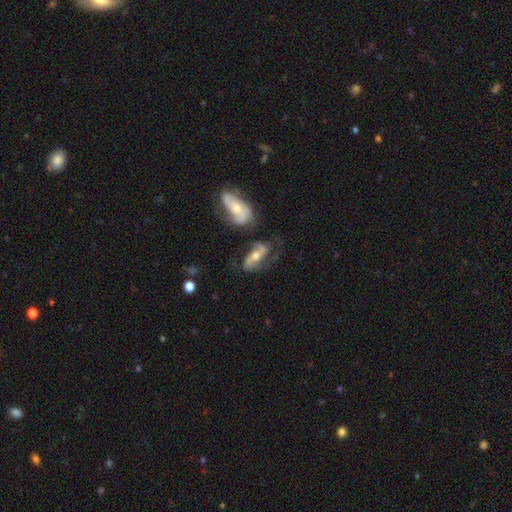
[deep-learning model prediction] Q: Smooth or featured?
A: featured or disk (73%); runner-up: smooth (19%)
Q: Edge-on disk?
A: no (90%); runner-up: yes (10%)
Q: Bar?
A: no (40%); runner-up: weak (32%)
Q: Spiral arms?
A: yes (89%); runner-up: no (11%)
Q: Spiral winding?
A: loose (41%); runner-up: medium (39%)
Q: Spiral arm count?
A: 2 (77%); runner-up: can't tell (11%)
Q: Bulge size?
A: moderate (60%); runner-up: small (32%)
Q: Merging?
A: none (45%); runner-up: minor disturbance (19%)